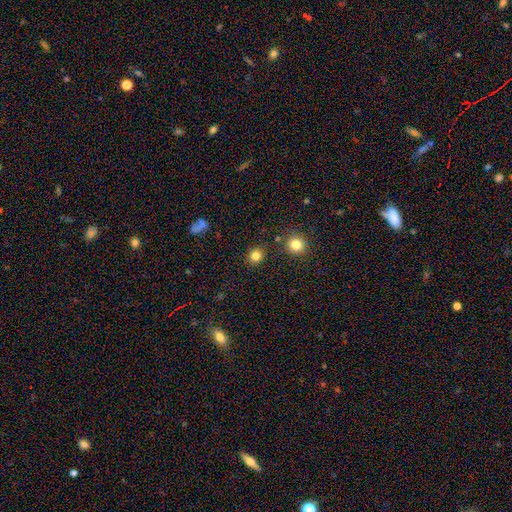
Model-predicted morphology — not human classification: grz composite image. It shows a smooth galaxy with no disk features (82%) that is round (85%). Merging: none (87%).